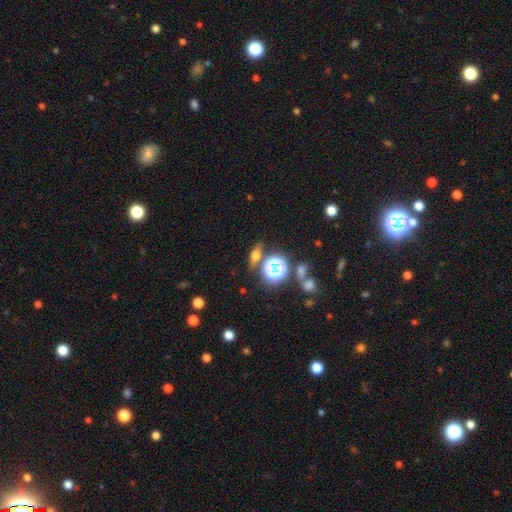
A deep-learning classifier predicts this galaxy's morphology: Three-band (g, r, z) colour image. It shows a smooth galaxy with no disk features (49%). Merging: none (77%).